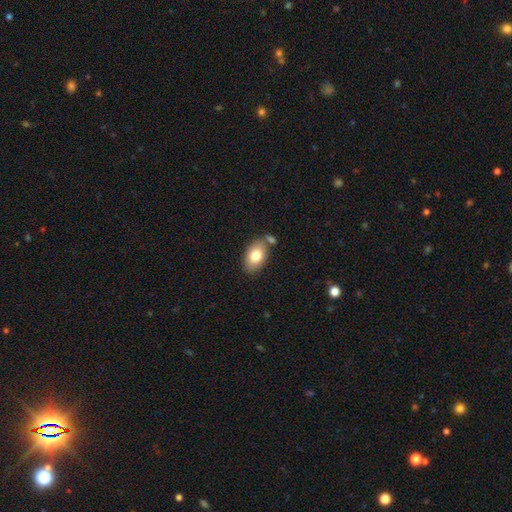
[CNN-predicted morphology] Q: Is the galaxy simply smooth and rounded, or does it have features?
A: smooth — 78%.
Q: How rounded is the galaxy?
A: in between — 89%.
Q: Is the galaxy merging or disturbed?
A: none — 68%.